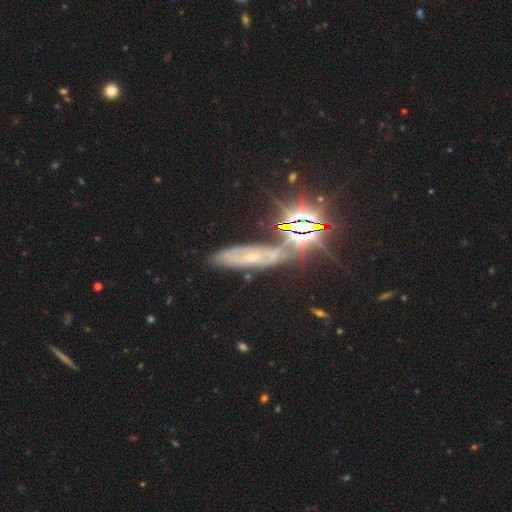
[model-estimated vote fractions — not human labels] Overall: star or artifact (43%; featured or disk 41%).